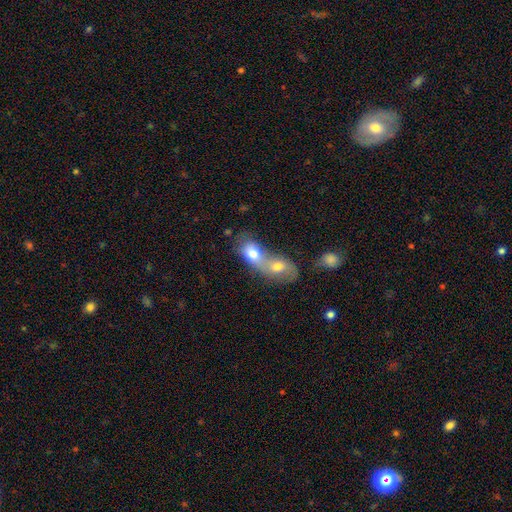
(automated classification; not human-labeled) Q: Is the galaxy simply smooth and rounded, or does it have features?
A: smooth — 56%.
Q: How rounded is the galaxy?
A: in between — 57%.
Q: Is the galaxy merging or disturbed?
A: merger — 79%.